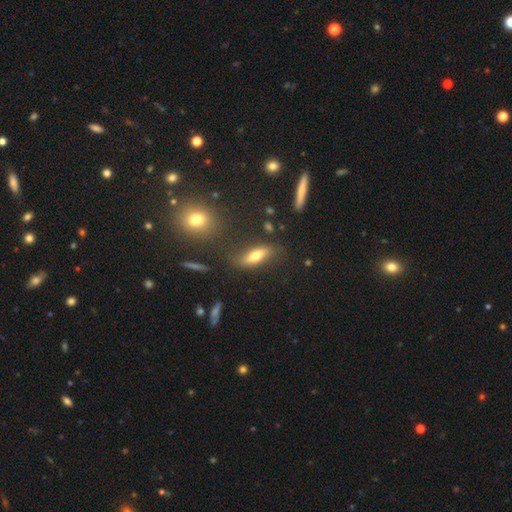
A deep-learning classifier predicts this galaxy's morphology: Overall: smooth (61%; featured or disk 30%). How rounded: in between (59%; cigar-shaped 38%). Merging: none (68%).